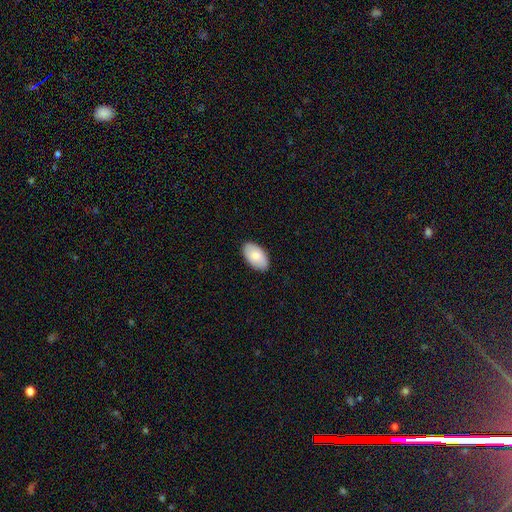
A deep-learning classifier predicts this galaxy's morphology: A smooth galaxy with no disk features (81%) that is in between round and cigar-shaped (96%).

Vote fractions:
- Smooth or featured? smooth: 81% / featured or disk: 13% / star or artifact: 6%
- How rounded? in between: 96% / round: 3% / cigar-shaped: 1%
- Merging? none: 89% / minor disturbance: 9% / major disturbance: 2% / merger: 1%